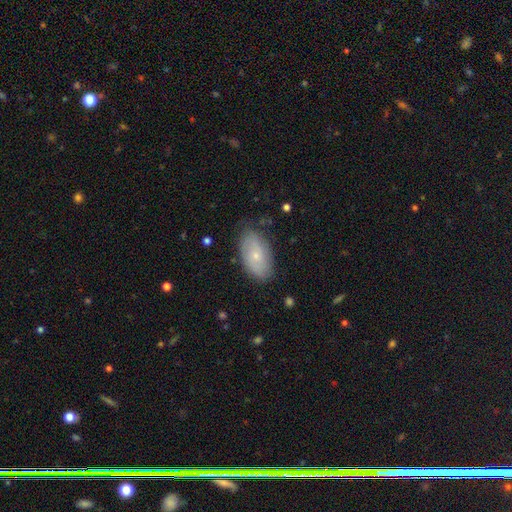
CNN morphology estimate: type=smooth (63%); roundness=in between (93%); merging=none (77%).